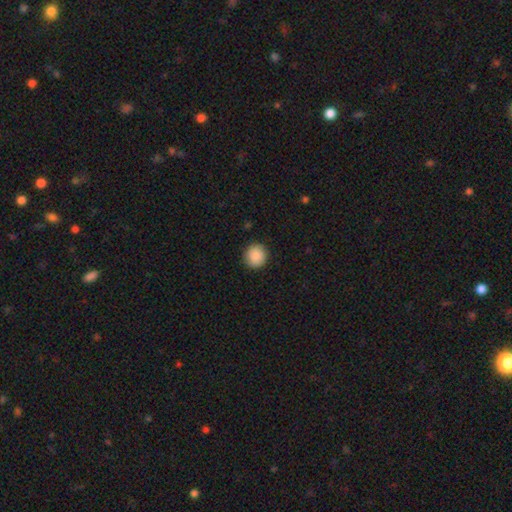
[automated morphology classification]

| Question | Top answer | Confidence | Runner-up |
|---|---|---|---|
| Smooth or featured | smooth | 89% | star or artifact (8%) |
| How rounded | round | 92% | in between (7%) |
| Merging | none | 91% | minor disturbance (7%) |